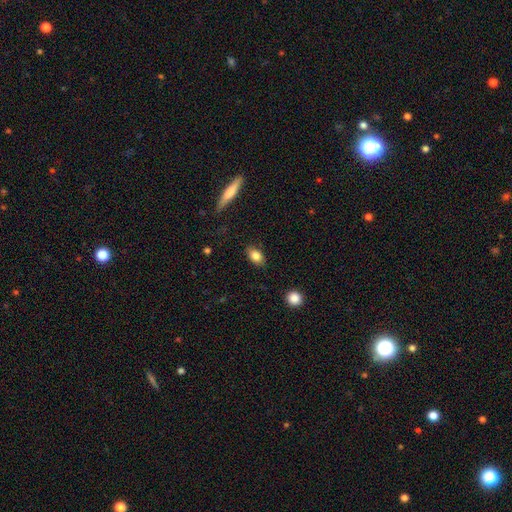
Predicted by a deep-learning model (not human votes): Overall: smooth (84%). How rounded: in between (84%). Merging: none (85%).